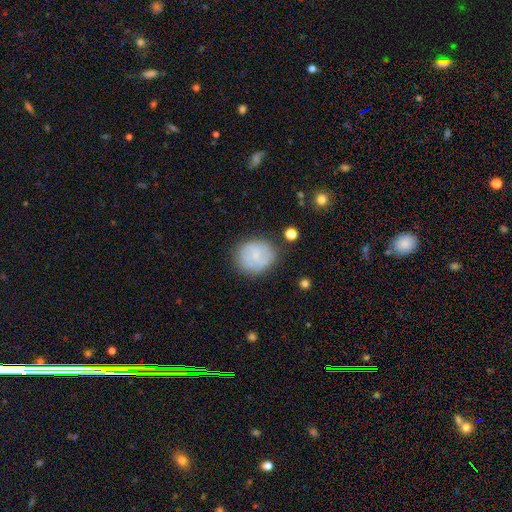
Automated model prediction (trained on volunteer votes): Smooth or featured: smooth — 58% (featured or disk — 33%)
How rounded: round — 76% (in between — 23%)
Merging: none — 75% (minor disturbance — 17%)